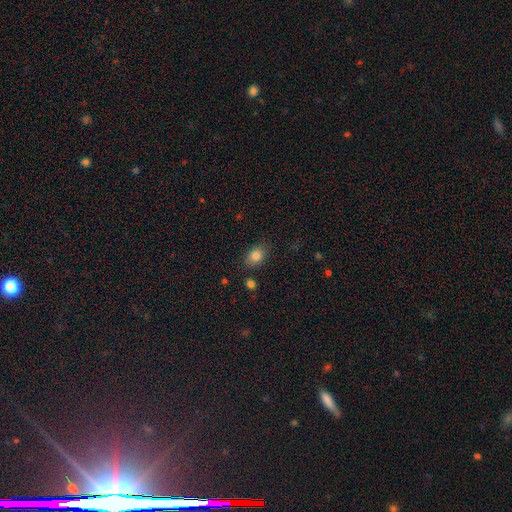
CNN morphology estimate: smooth-or-featured: smooth: 83% | star or artifact: 10% | featured or disk: 8%
  how-rounded: in between: 77% | round: 22% | cigar-shaped: 1%
  merging: none: 82% | minor disturbance: 13% | major disturbance: 3% | merger: 2%